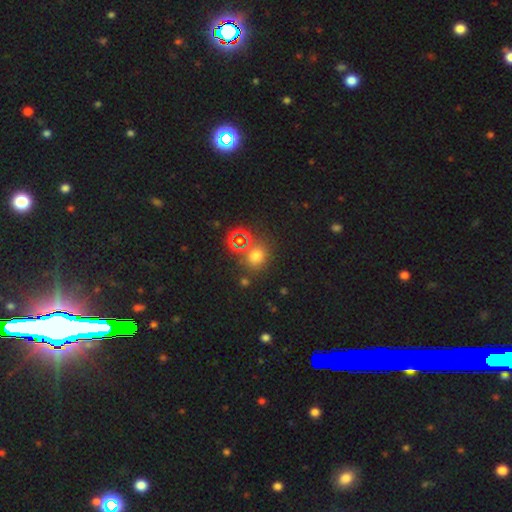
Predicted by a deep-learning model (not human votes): smooth-or-featured: smooth: 61% | star or artifact: 32% | featured or disk: 7%
  how-rounded: round: 78% | in between: 20% | cigar-shaped: 1%
  merging: none: 73% | merger: 12% | minor disturbance: 10% | major disturbance: 4%